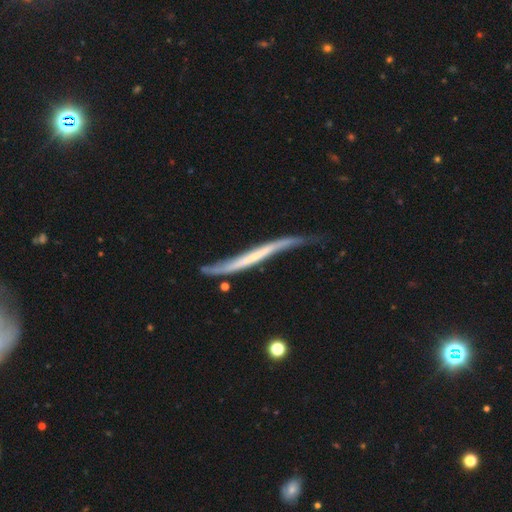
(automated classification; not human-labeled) featured or disk 67%, smooth 28%, star or artifact 5%. Down the decision tree: edge-on disk — yes (77%); edge-on bulge — none (80%); merging — none (41%).